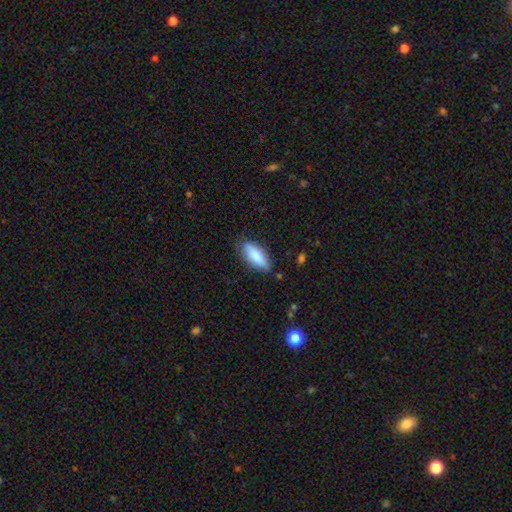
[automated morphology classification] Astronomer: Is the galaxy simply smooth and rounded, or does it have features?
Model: smooth — 85%.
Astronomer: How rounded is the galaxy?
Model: in between — 70%.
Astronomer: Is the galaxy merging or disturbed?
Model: none — 78%.